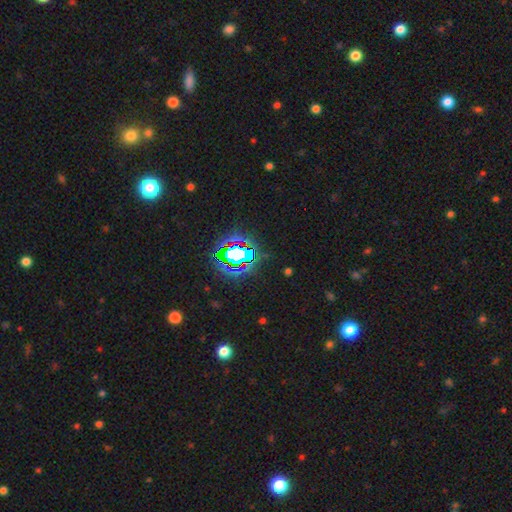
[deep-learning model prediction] Smooth or featured?
  - star or artifact: 81% *
  - smooth: 12%
  - featured or disk: 8%